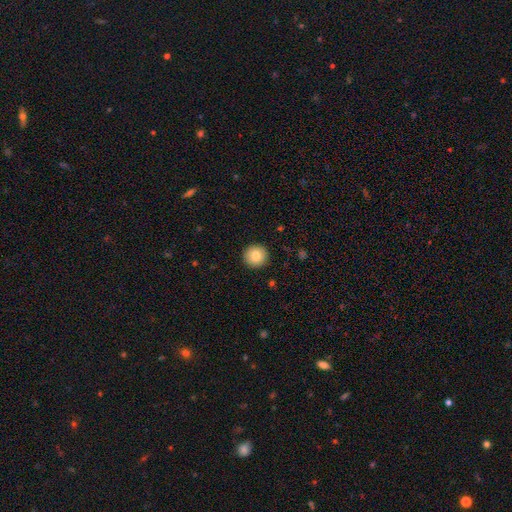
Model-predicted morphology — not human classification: smooth 82%, featured or disk 10%, star or artifact 8%. Down the decision tree: how rounded — round (96%); merging — none (93%).